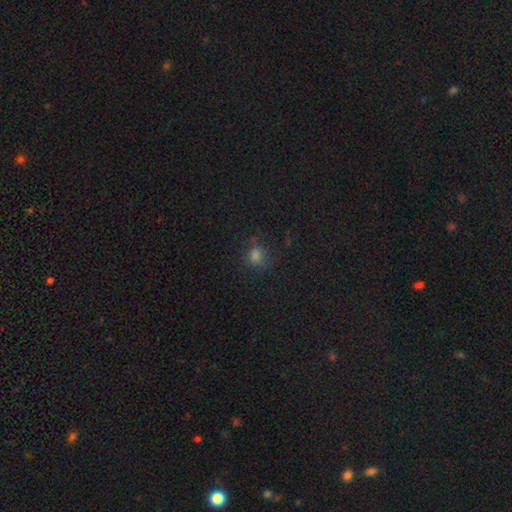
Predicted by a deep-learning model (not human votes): smooth-or-featured: smooth: 73% | star or artifact: 22% | featured or disk: 5%
  how-rounded: round: 76% | in between: 23% | cigar-shaped: 1%
  merging: none: 76% | minor disturbance: 16% | major disturbance: 5% | merger: 3%